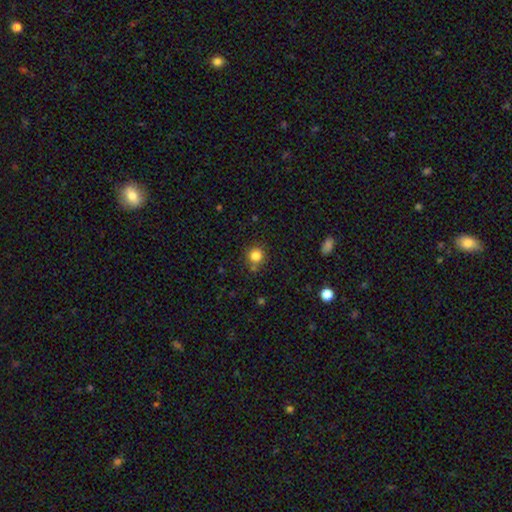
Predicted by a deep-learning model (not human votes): Smooth or featured? smooth (83%)
How rounded? round (92%)
Merging? none (79%)